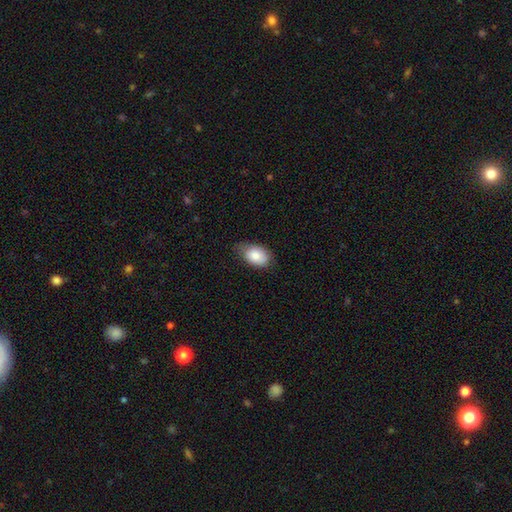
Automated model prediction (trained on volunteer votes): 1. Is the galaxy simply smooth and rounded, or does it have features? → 83% smooth, 9% featured or disk, 7% star or artifact.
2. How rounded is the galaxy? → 87% in between, 11% round, 1% cigar-shaped.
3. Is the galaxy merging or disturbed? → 60% none, 32% minor disturbance, 6% major disturbance, 1% merger.